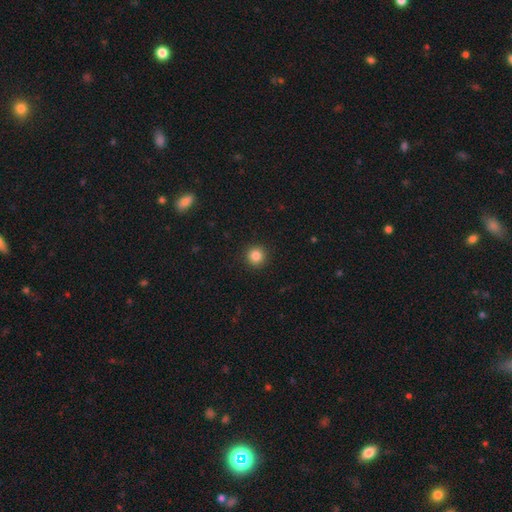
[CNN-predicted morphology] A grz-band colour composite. It shows a smooth galaxy with no disk features (85%) that is round (95%). Merging: none (93%).